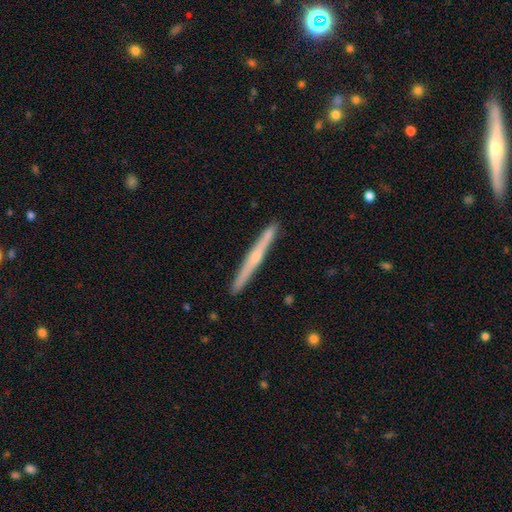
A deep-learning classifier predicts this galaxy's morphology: Smooth or featured: featured or disk — 65% (smooth — 29%)
Edge-on disk: yes — 98% (no — 2%)
Edge-on bulge: rounded — 58% (none — 36%)
Merging: none — 91% (minor disturbance — 7%)